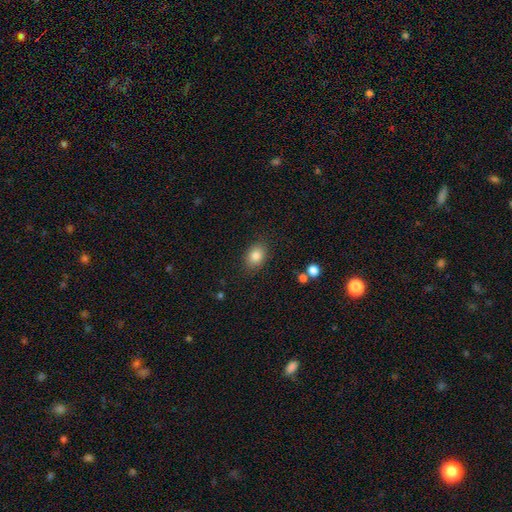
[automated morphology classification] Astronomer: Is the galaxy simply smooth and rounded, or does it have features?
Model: smooth — 84%.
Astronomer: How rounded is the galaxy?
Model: in between — 67%.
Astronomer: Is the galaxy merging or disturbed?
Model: none — 85%.